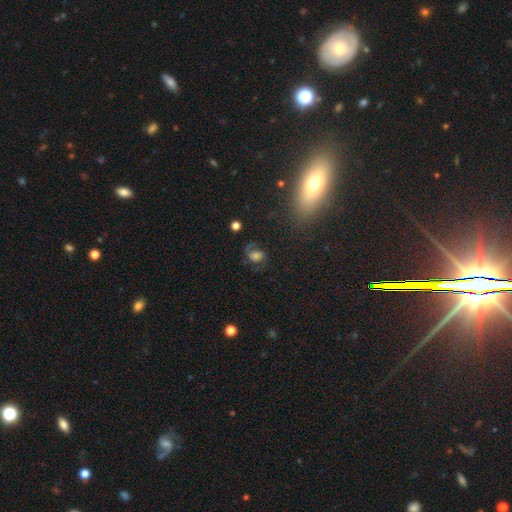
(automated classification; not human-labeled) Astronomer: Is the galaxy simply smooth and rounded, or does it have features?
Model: featured or disk — 53% (runner-up: smooth, 33%).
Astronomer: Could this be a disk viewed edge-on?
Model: no — 97%.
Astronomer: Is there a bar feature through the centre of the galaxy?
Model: no — 53% (runner-up: weak, 36%).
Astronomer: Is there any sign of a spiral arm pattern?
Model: yes — 86%.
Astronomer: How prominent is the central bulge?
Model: large — 33% (runner-up: moderate, 31%).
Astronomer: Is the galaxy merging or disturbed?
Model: none — 59%.